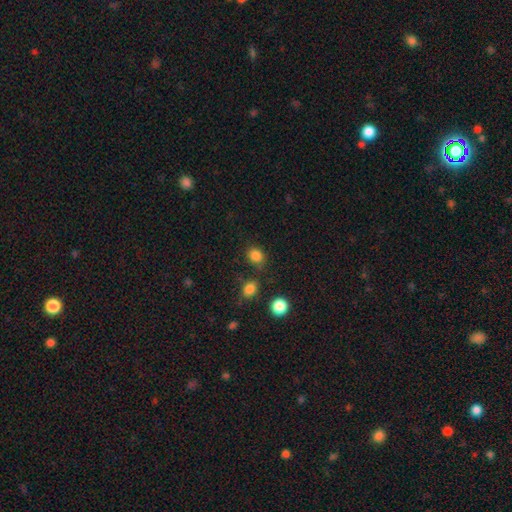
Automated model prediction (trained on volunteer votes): Morphology: type=smooth (84%); roundness=round (61%); merging=none (74%).